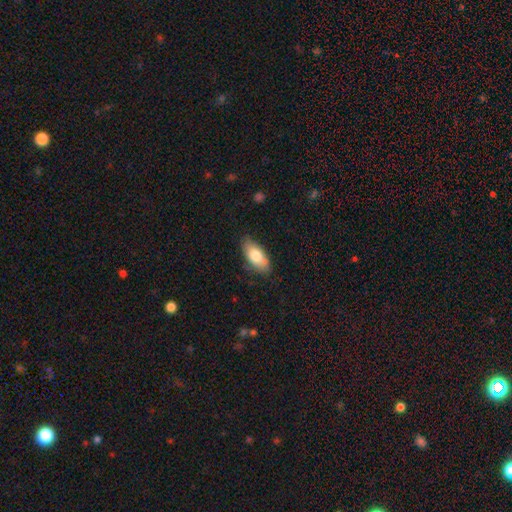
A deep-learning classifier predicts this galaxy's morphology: This is likely a smooth galaxy (75%). How rounded: clearly in between (85%). Merging: likely none (76%).